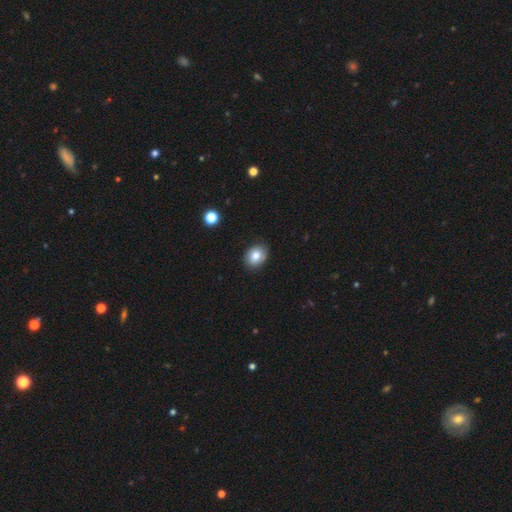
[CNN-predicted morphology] A smooth galaxy with no disk features (81%) that is in between round and cigar-shaped (56%). Merging: none (86%).